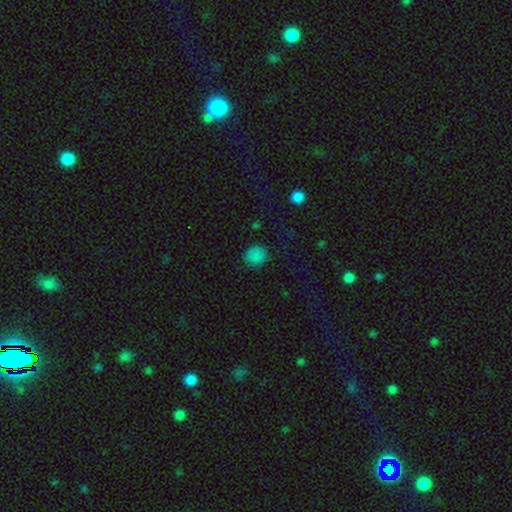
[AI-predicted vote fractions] Morphology: type=smooth (82%); roundness=round (86%); merging=none (86%).